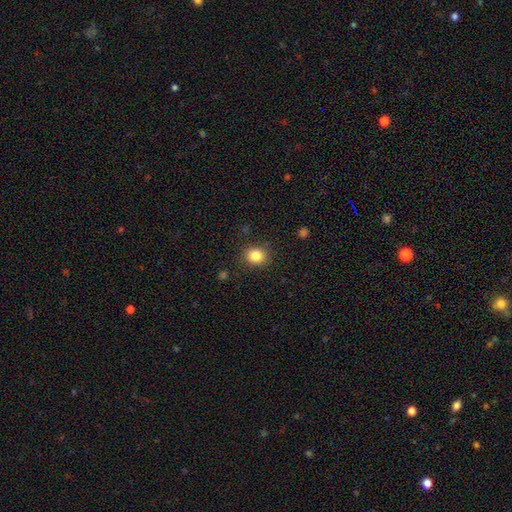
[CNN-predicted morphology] Overall: smooth (84%). How rounded: round (72%). Merging: none (86%).